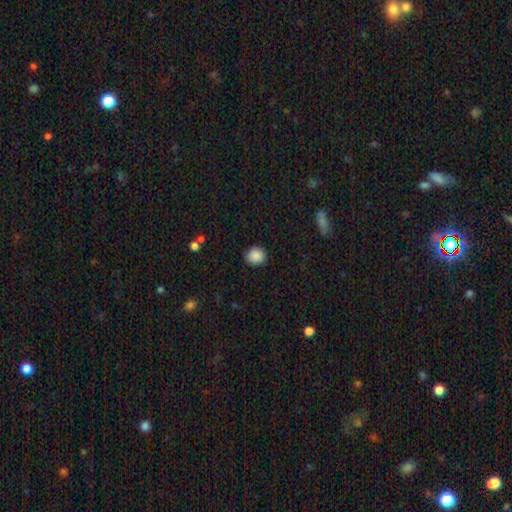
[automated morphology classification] This is clearly a smooth galaxy (88%). How rounded: likely round (76%). Merging: clearly none (86%).